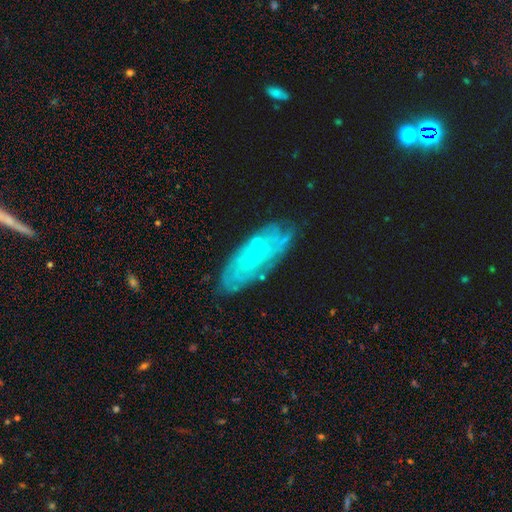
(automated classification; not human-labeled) Smooth or featured?
  - featured or disk: 54% *
  - smooth: 35%
  - star or artifact: 11%
Edge-on disk?
  - no: 81% *
  - yes: 19%
Merging?
  - none: 75% *
  - minor disturbance: 16%
  - merger: 5%
  - major disturbance: 5%